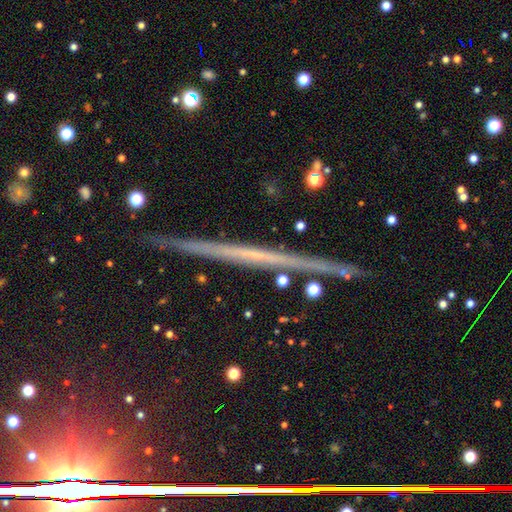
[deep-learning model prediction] A featured or disk galaxy (62%) viewed edge-on (97%) with no central bulge (81%). Merging: none (89%).